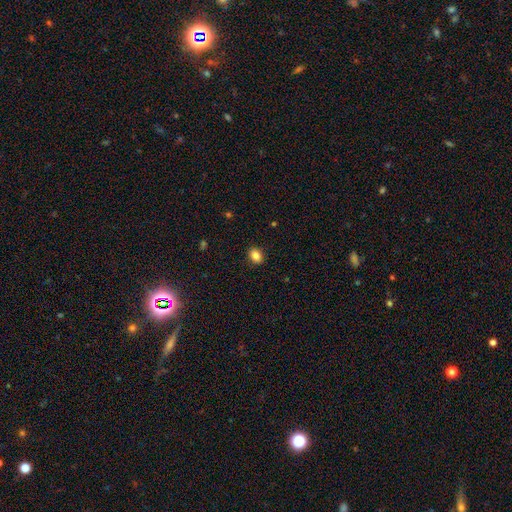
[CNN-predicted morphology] Smooth or featured?
  - smooth: 85% *
  - star or artifact: 10%
  - featured or disk: 5%
How rounded?
  - in between: 63% *
  - round: 36%
  - cigar-shaped: 1%
Merging?
  - none: 90% *
  - minor disturbance: 7%
  - major disturbance: 2%
  - merger: 1%